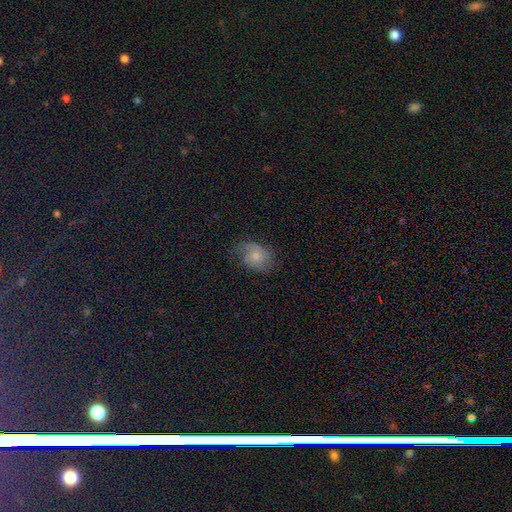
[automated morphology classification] This is possibly a smooth galaxy (51%). How rounded: likely in between (66%). Merging: possibly none (57%).